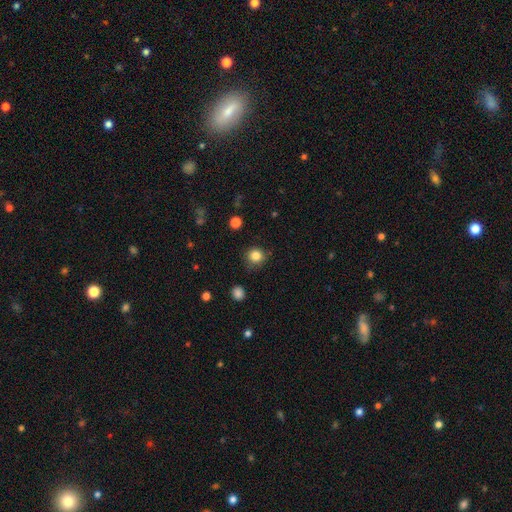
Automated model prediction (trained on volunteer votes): Smooth or featured? Predicted: smooth (p=0.84). How rounded? Predicted: round (p=0.92). Merging? Predicted: none (p=0.86).